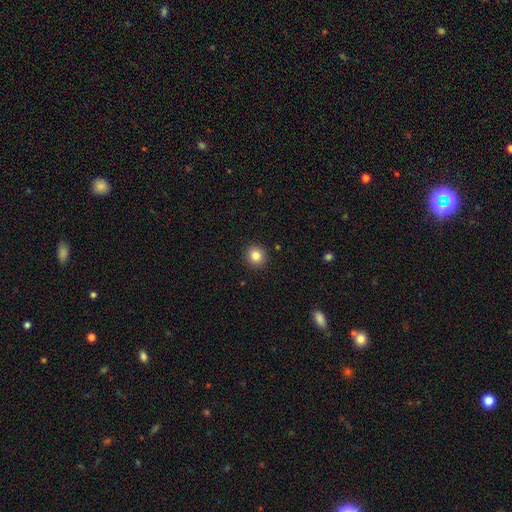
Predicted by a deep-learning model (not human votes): This appears to be a smooth galaxy with no disk features (84%) that is round (91%). Merging: none (92%).